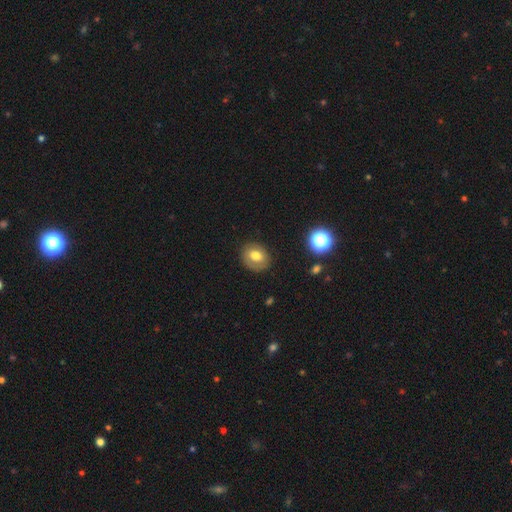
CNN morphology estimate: type=smooth (71%); roundness=round (57%); merging=none (83%).